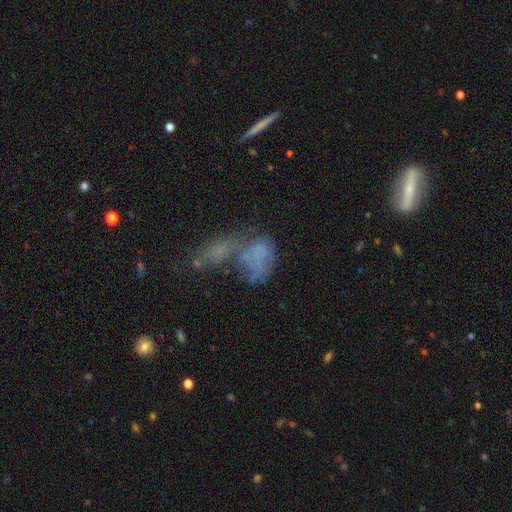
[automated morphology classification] Smooth or featured?
  - smooth: 48% *
  - featured or disk: 34%
  - star or artifact: 18%
Merging?
  - merger: 53% *
  - major disturbance: 22%
  - none: 16%
  - minor disturbance: 10%